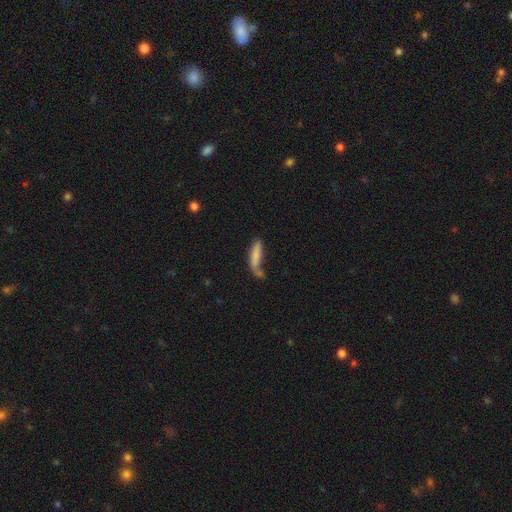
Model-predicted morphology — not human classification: Q: Smooth or featured?
A: smooth (76%); runner-up: featured or disk (17%)
Q: How rounded?
A: cigar-shaped (71%); runner-up: in between (27%)
Q: Merging?
A: none (41%); runner-up: minor disturbance (23%)